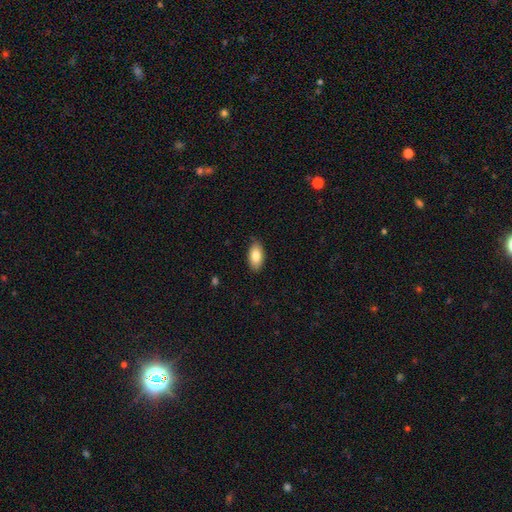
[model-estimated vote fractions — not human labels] Smooth or featured: smooth — 83% (featured or disk — 11%)
How rounded: in between — 92% (cigar-shaped — 4%)
Merging: none — 84% (minor disturbance — 12%)